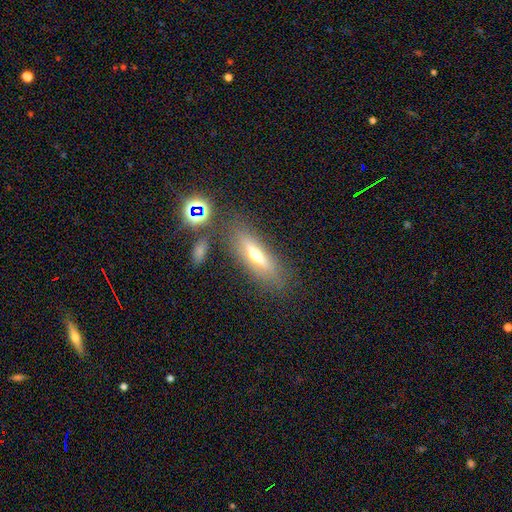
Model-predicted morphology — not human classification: Q: Smooth or featured?
A: smooth (48%); runner-up: featured or disk (41%)
Q: Merging?
A: none (75%); runner-up: minor disturbance (13%)